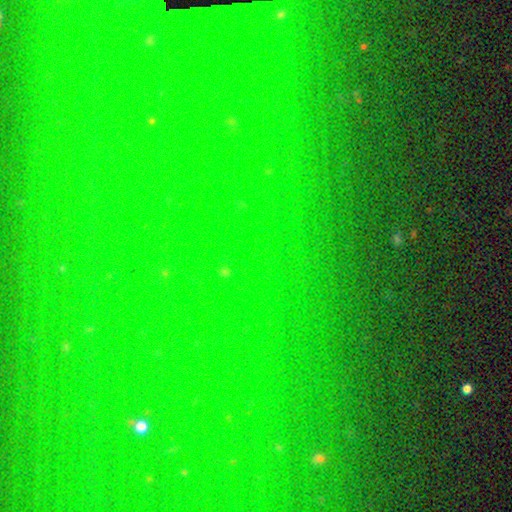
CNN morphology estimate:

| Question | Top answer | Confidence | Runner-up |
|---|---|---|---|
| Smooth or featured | star or artifact | 81% | smooth (11%) |